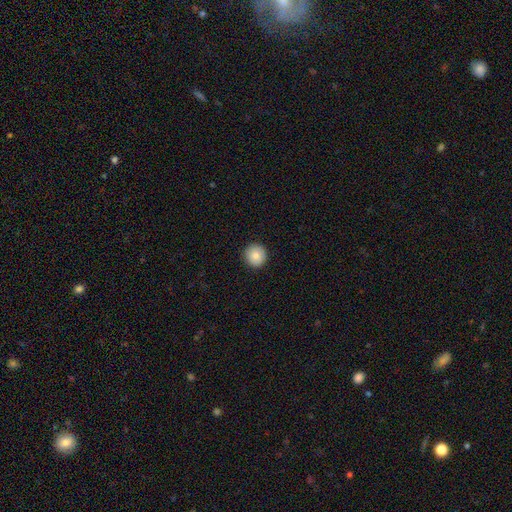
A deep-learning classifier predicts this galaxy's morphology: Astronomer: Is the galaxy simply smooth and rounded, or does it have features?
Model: smooth — 85%.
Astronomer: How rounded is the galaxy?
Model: round — 95%.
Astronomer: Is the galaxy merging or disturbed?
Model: none — 93%.